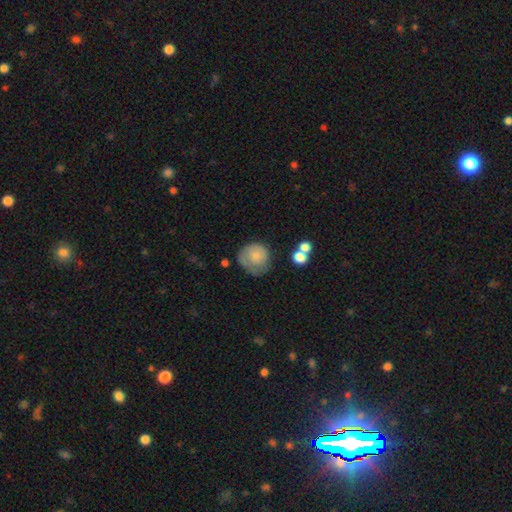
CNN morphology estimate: Smooth or featured: smooth — 71% (featured or disk — 21%)
How rounded: round — 86% (in between — 13%)
Merging: none — 52% (minor disturbance — 29%)